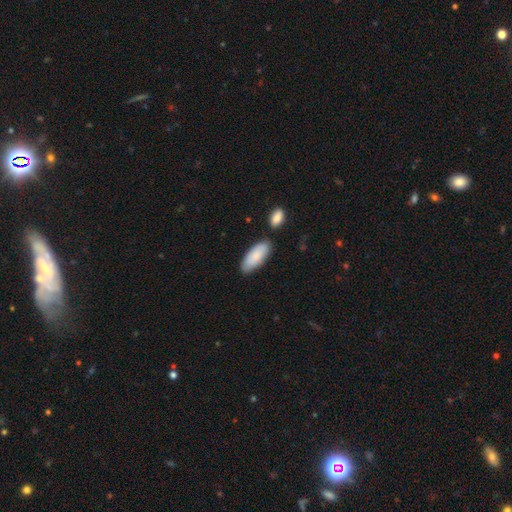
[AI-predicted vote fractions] Q: Smooth or featured?
A: smooth (86%); runner-up: featured or disk (9%)
Q: How rounded?
A: in between (83%); runner-up: cigar-shaped (16%)
Q: Merging?
A: none (75%); runner-up: minor disturbance (14%)